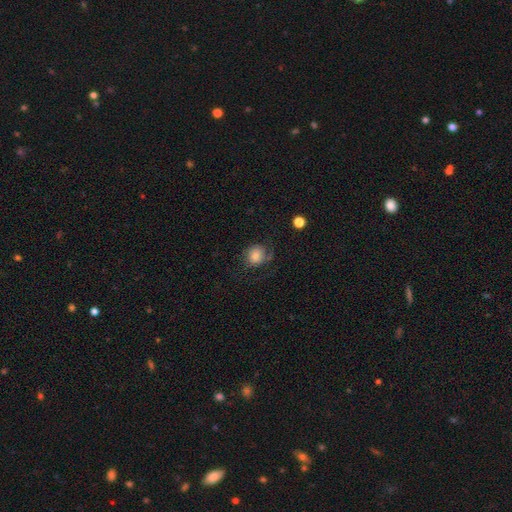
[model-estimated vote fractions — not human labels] Q: Smooth or featured?
A: smooth (62%); runner-up: featured or disk (29%)
Q: How rounded?
A: round (70%); runner-up: in between (29%)
Q: Merging?
A: none (54%); runner-up: minor disturbance (22%)